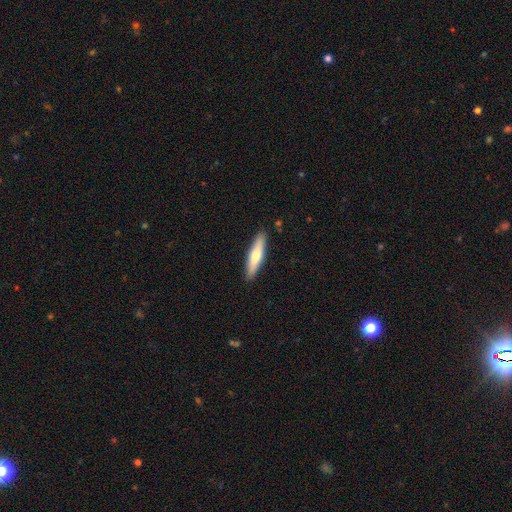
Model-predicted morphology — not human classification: Smooth or featured?
  - smooth: 59% *
  - featured or disk: 36%
  - star or artifact: 5%
How rounded?
  - cigar-shaped: 82% *
  - in between: 16%
  - round: 1%
Merging?
  - none: 89% *
  - minor disturbance: 8%
  - major disturbance: 2%
  - merger: 1%